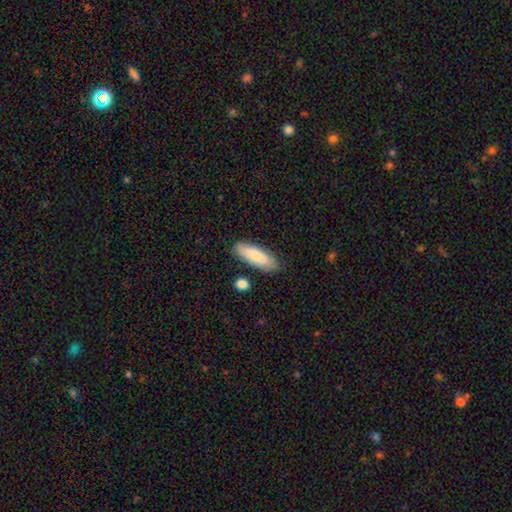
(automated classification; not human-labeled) Smooth or featured?
  - smooth: 78% *
  - featured or disk: 16%
  - star or artifact: 6%
How rounded?
  - in between: 54% *
  - cigar-shaped: 44%
  - round: 2%
Merging?
  - none: 82% *
  - minor disturbance: 12%
  - merger: 4%
  - major disturbance: 2%